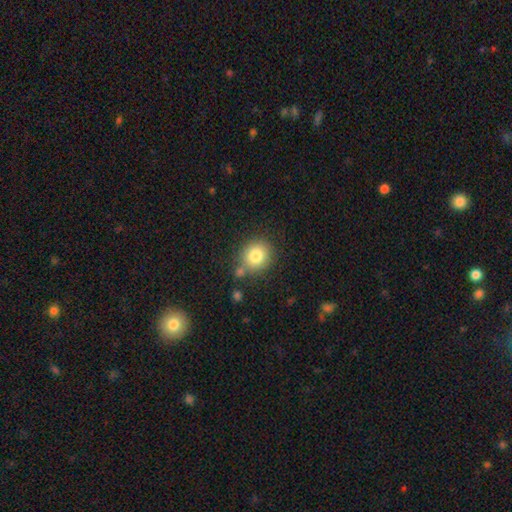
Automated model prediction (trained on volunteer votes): Morphology: type=smooth (81%); roundness=round (80%); merging=none (72%).